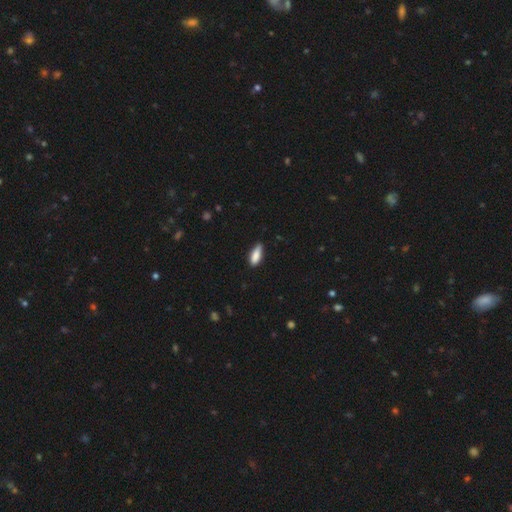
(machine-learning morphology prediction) Smooth or featured: smooth — 86% (featured or disk — 8%)
How rounded: in between — 68% (cigar-shaped — 30%)
Merging: none — 74% (minor disturbance — 21%)